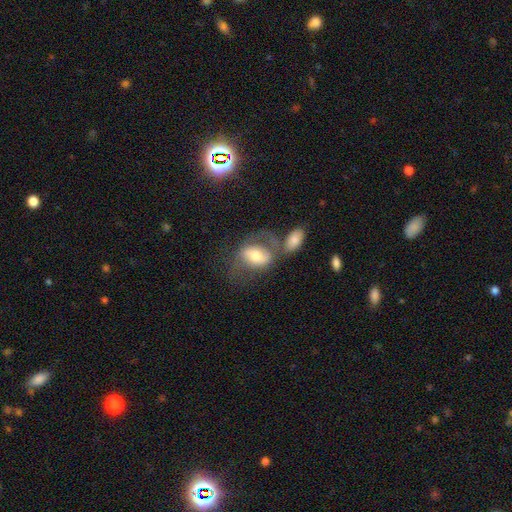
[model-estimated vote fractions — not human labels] Smooth or featured: smooth — 49% (featured or disk — 44%)
Merging: merger — 31% (none — 30%)